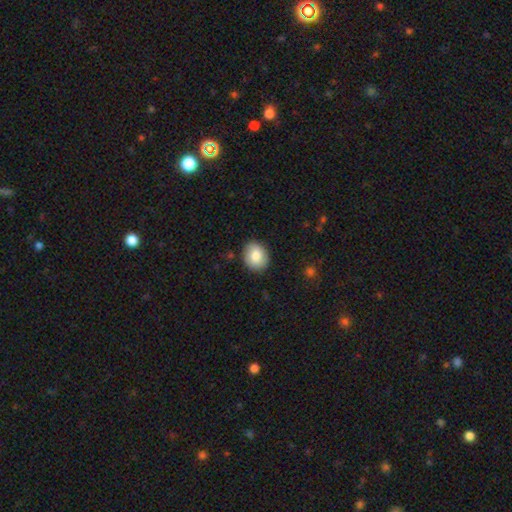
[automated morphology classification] This is clearly a smooth galaxy (82%). How rounded: possibly round (55%). Merging: clearly none (87%).